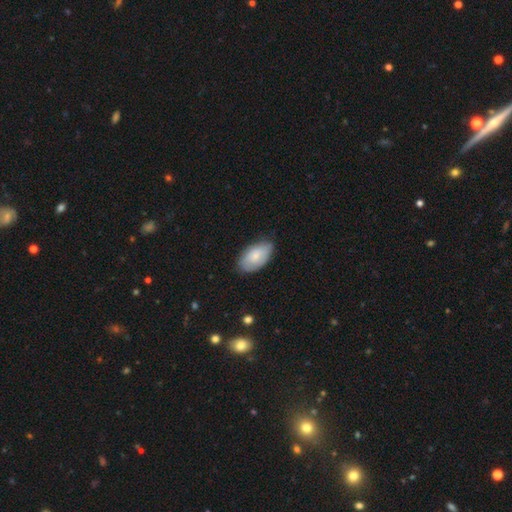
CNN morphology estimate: Smooth or featured? smooth (69%)
How rounded? in between (94%)
Merging? none (72%)